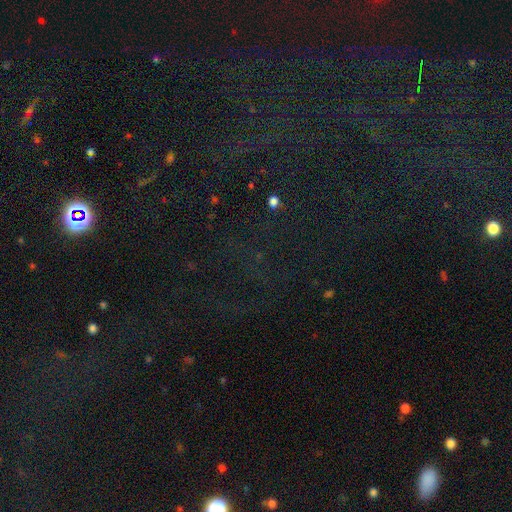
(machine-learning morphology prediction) Smooth or featured? star or artifact (76%)